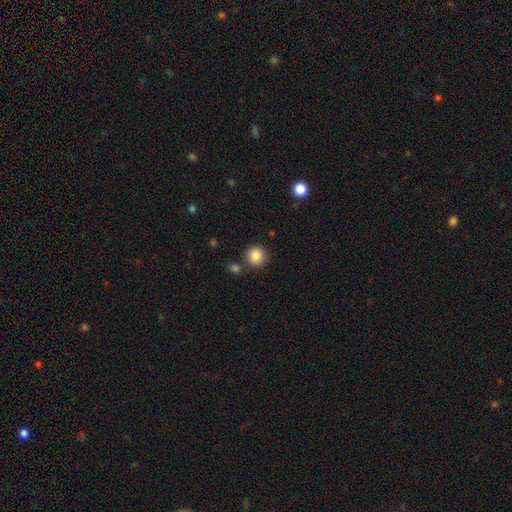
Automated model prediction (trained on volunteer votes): Overall: smooth (85%). How rounded: round (92%). Merging: none (82%).